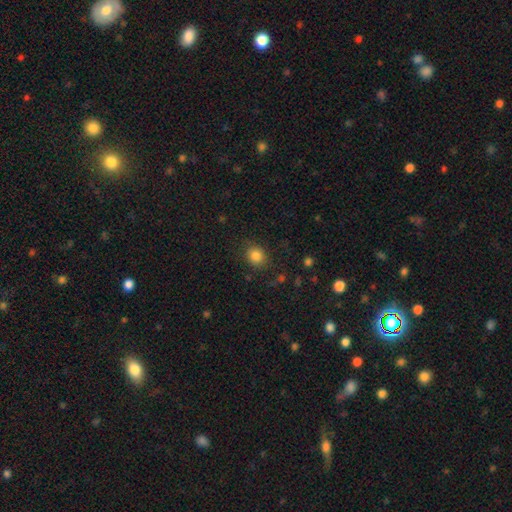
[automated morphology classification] Smooth or featured? smooth (84%)
How rounded? round (70%)
Merging? none (83%)